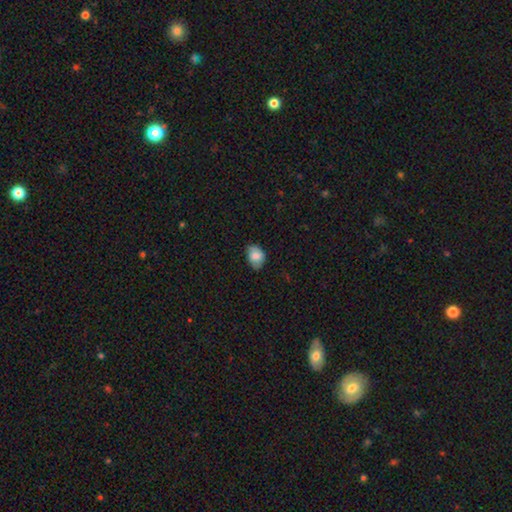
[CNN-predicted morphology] Smooth or featured? smooth (78%)
How rounded? in between (70%)
Merging? none (65%)